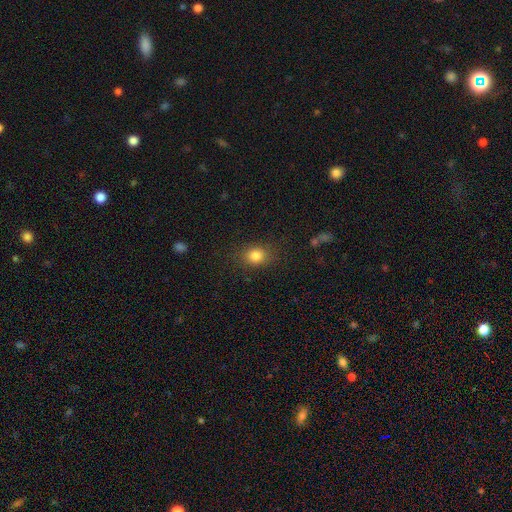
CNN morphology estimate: The model was most divided on "how rounded": round: 55%, in between: 44%, cigar-shaped: 1%. More confident: merging — none (83%); smooth or featured — smooth (83%).